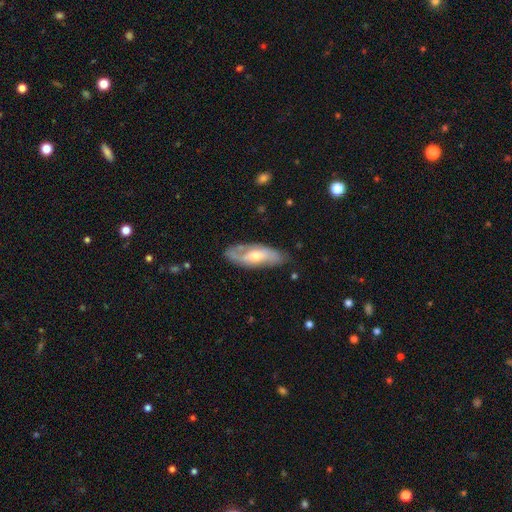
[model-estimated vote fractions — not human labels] This is likely a featured or disk galaxy (64%). It is likely not viewed edge-on (80%). Bar: possibly no (54%). Spiral arm pattern: likely yes (72%). Central bulge: likely moderate (62%). Merging: likely none (74%).